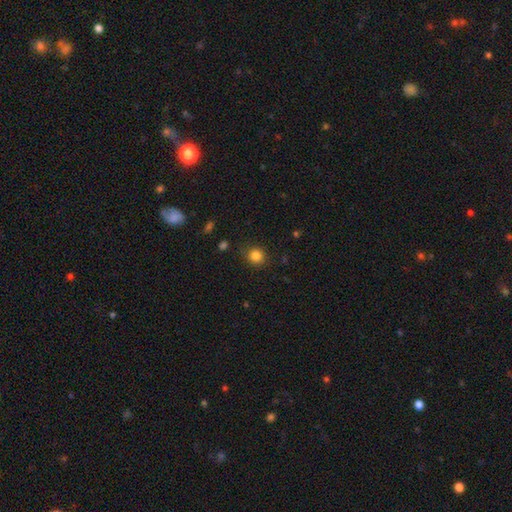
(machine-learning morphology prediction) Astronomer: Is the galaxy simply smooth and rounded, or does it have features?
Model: smooth — 84%.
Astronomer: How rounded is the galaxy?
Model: round — 87%.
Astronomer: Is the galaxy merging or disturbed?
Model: none — 86%.